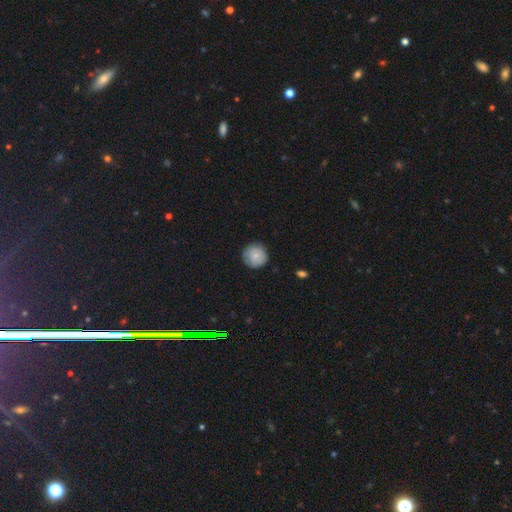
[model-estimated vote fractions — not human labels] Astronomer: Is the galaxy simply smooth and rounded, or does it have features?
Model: smooth — 78%.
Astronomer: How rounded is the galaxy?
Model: round — 94%.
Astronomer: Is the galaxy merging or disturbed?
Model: none — 85%.